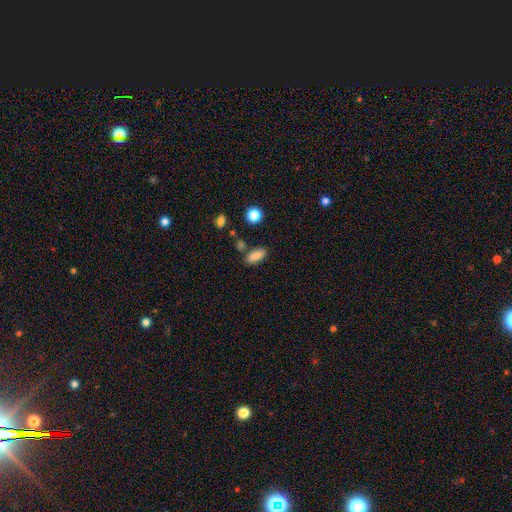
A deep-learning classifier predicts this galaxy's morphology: Smooth or featured? Predicted: smooth (p=0.85). How rounded? Predicted: in between (p=0.83). Merging? Predicted: none (p=0.77).